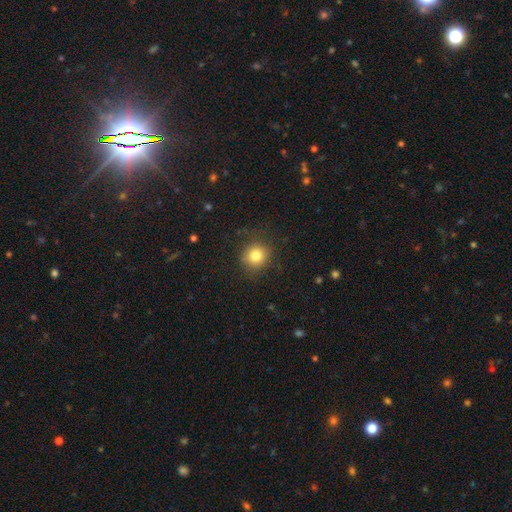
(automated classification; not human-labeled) smooth_or_featured: smooth (p=0.81) [alt: star or artifact p=0.11]
how_rounded: round (p=0.87) [alt: in between p=0.12]
merging: none (p=0.84) [alt: minor disturbance p=0.11]